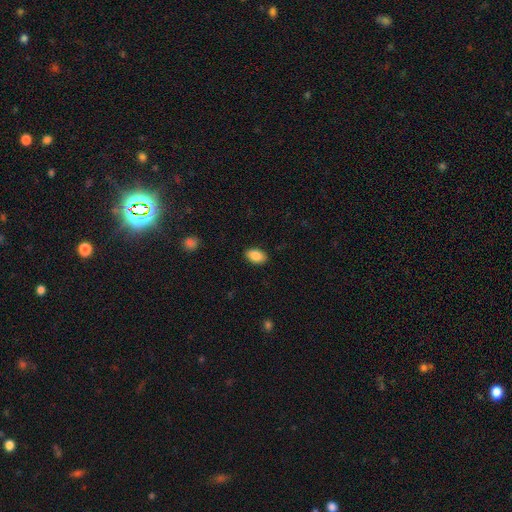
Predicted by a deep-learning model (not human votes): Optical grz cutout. It shows a smooth galaxy with no disk features (88%) that is in between round and cigar-shaped (90%). Merging: none (88%).